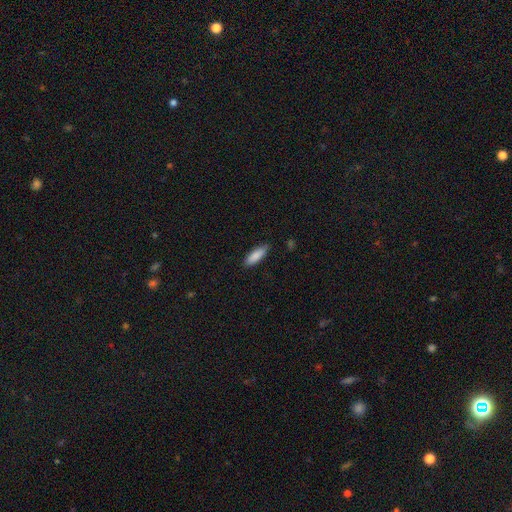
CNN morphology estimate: The model was most divided on "how rounded": in between: 50%, cigar-shaped: 48%, round: 1%. More confident: smooth or featured — smooth (87%); merging — none (85%).